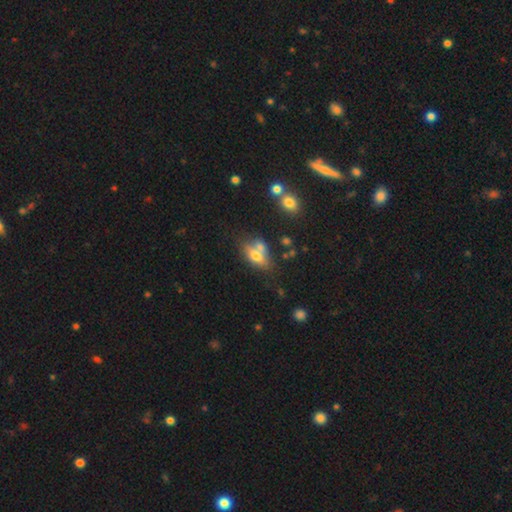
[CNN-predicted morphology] Overall: smooth (64%; featured or disk 26%). How rounded: in between (82%). Merging: none (42%; merger 36%).